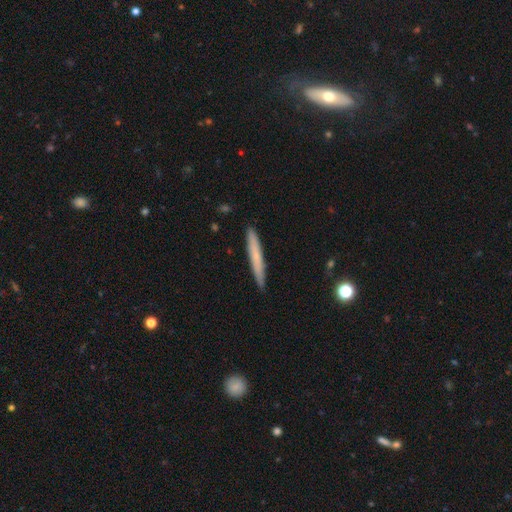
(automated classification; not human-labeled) The model was most divided on "smooth or featured": smooth: 64%, featured or disk: 30%, star or artifact: 6%. More confident: how rounded — cigar-shaped (96%); merging — none (90%).